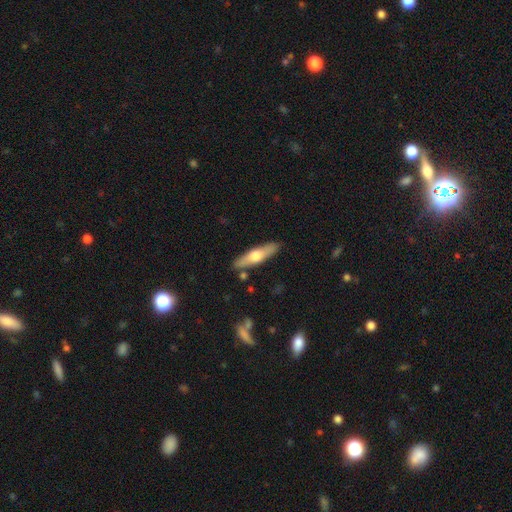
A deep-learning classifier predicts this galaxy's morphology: This is possibly a smooth galaxy (50%). How rounded: likely cigar-shaped (73%). Merging: clearly none (86%).